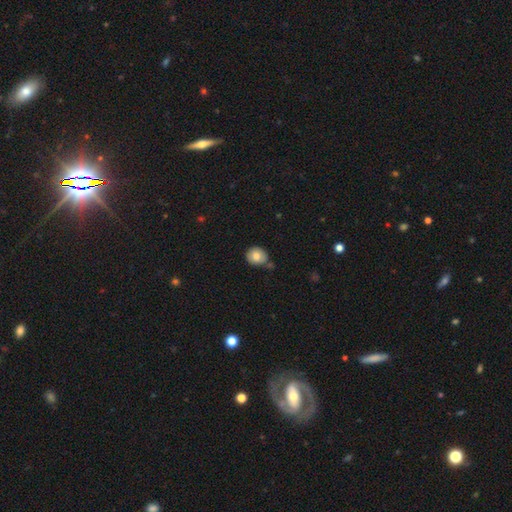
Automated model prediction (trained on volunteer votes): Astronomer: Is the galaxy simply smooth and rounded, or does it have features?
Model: smooth — 79%.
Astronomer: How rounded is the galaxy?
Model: round — 76%.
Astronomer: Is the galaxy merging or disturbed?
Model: none — 66%.